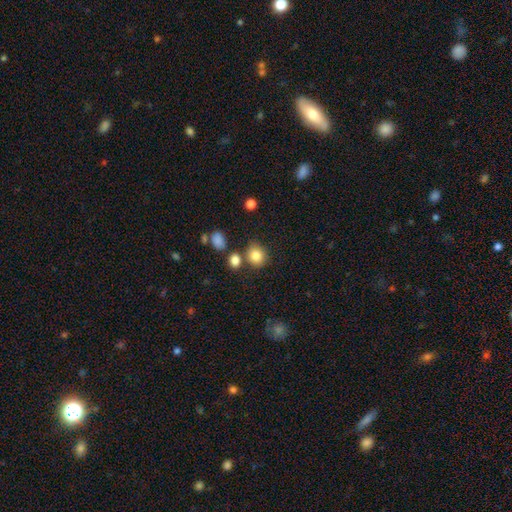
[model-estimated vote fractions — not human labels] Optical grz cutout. It shows a smooth galaxy with no disk features (83%) that is round (74%). Merging: none (71%).